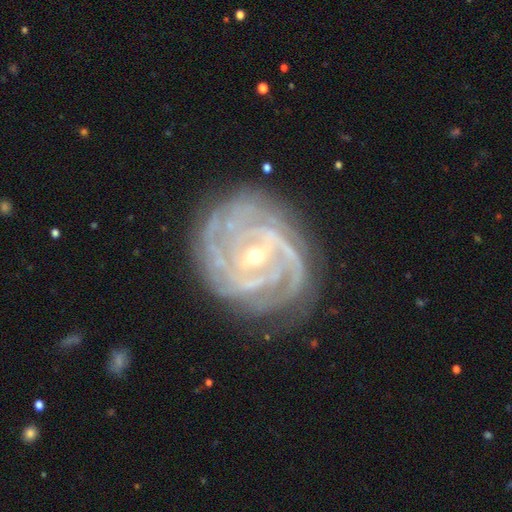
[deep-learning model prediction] The model was most divided on "spiral arm count": can't tell: 23%, 3: 22%, 2: 21%, 4: 19%, more than 4: 9%, 1: 7%. Remaining: spiral arms — yes (97%); edge-on disk — no (97%); smooth or featured — featured or disk (90%); merging — none (74%); bulge size — small (70%); spiral winding — tight (69%); bar — weak (43%).